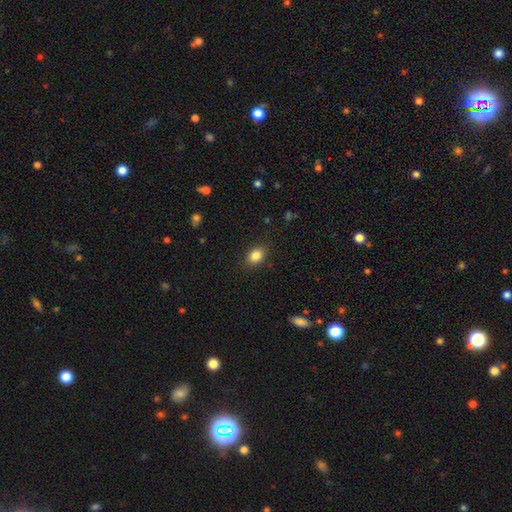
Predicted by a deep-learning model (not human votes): Morphology: type=smooth (85%); roundness=in between (71%); merging=none (86%).